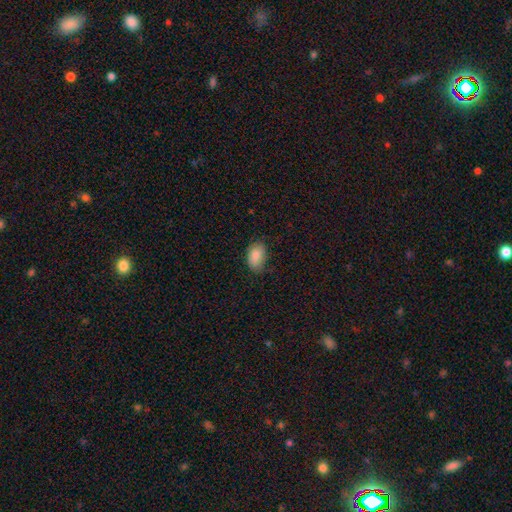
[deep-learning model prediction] The model was most divided on "merging": none: 71%, minor disturbance: 23%, major disturbance: 5%, merger: 1%. More confident: how rounded — in between (91%); smooth or featured — smooth (87%).